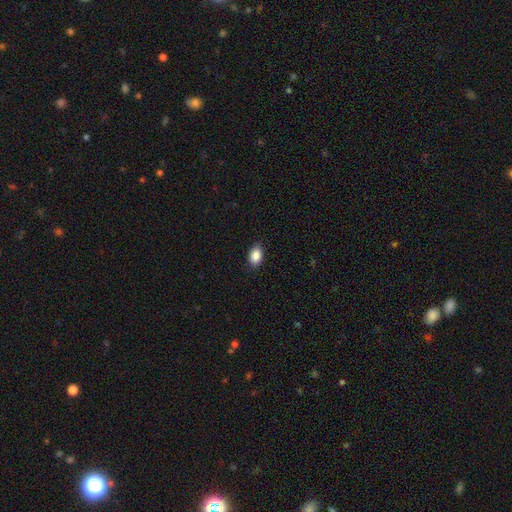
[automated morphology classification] A smooth galaxy with no disk features (89%) that is in between round and cigar-shaped (86%). Merging: none (88%).